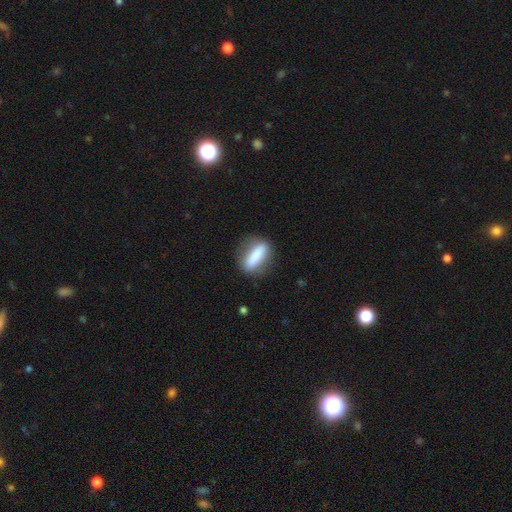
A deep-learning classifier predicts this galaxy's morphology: The model was most divided on "how rounded": cigar-shaped: 53%, in between: 42%, round: 5%. More confident: merging — none (79%); smooth or featured — smooth (74%).